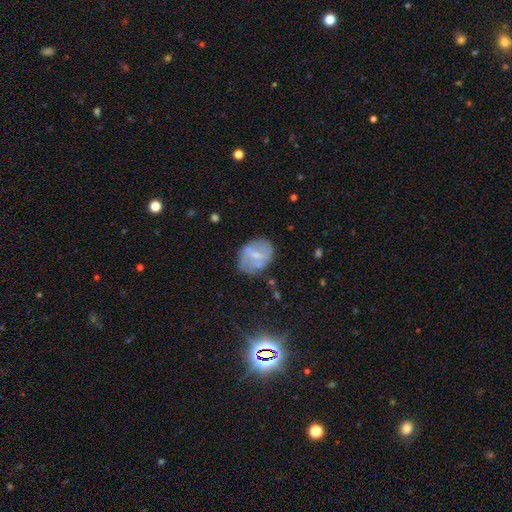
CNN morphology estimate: The model was most divided on "smooth or featured": featured or disk: 47%, smooth: 44%, star or artifact: 8%. More confident: merging — none (61%).